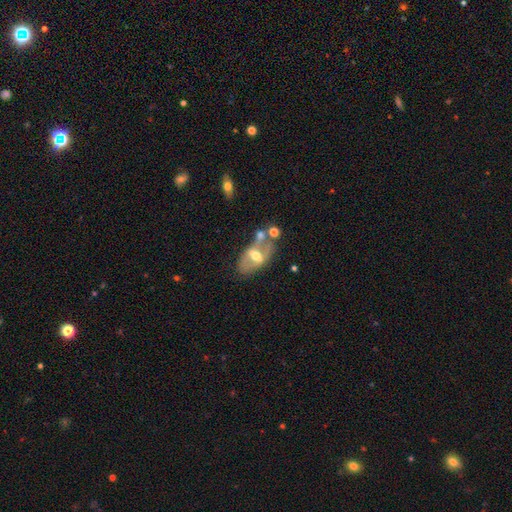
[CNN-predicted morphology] Smooth or featured? featured or disk (65%)
Edge-on disk? no (87%)
Bar? strong (39%)
Spiral arms? no (70%)
Bulge size? moderate (72%)
Merging? none (40%)